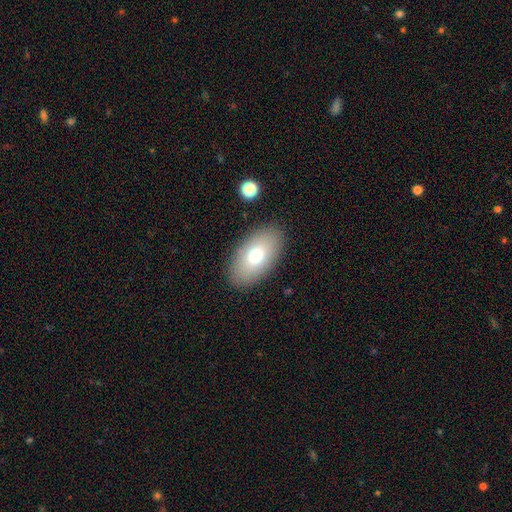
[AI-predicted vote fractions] This is likely a smooth galaxy (72%). How rounded: clearly in between (93%). Merging: clearly none (87%).